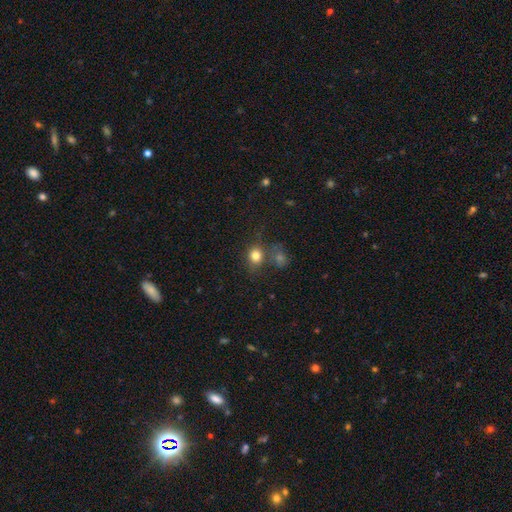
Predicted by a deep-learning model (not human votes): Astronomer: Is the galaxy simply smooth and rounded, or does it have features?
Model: smooth — 80%.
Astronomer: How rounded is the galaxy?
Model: round — 63%.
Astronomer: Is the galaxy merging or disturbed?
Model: none — 59%.